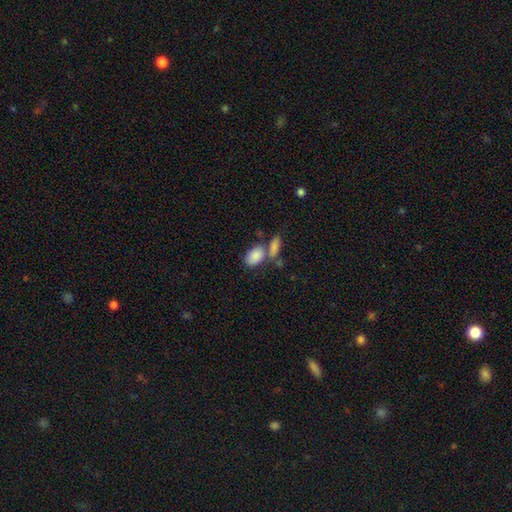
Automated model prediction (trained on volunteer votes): Overall: smooth (86%). How rounded: in between (91%). Merging: merger (42%; none 40%).